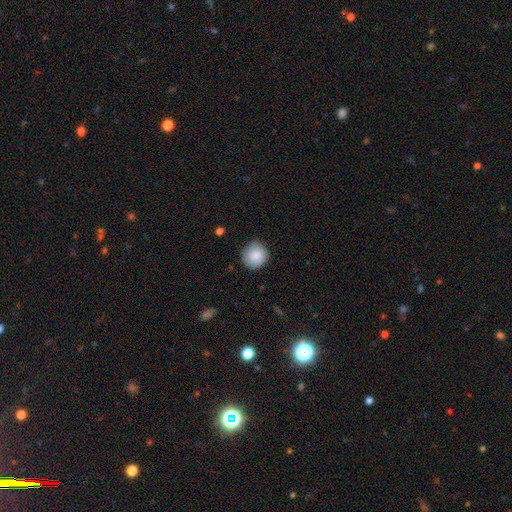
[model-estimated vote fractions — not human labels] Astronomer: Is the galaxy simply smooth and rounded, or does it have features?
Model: smooth — 84%.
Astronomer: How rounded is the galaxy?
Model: round — 91%.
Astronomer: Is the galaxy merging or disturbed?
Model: none — 81%.